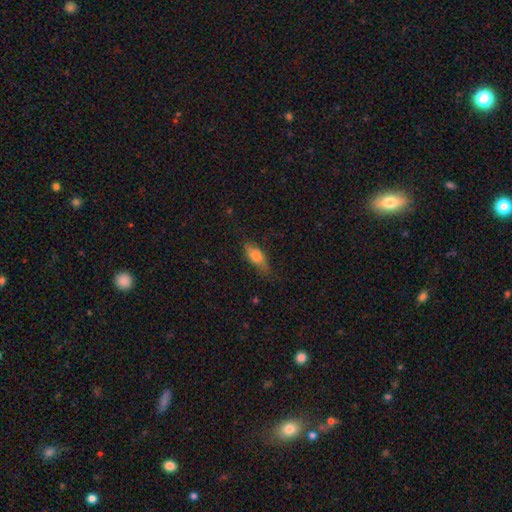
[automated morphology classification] smooth_or_featured: smooth (p=0.71) [alt: featured or disk p=0.21]
how_rounded: in between (p=0.70) [alt: cigar-shaped p=0.27]
merging: none (p=0.71) [alt: minor disturbance p=0.22]